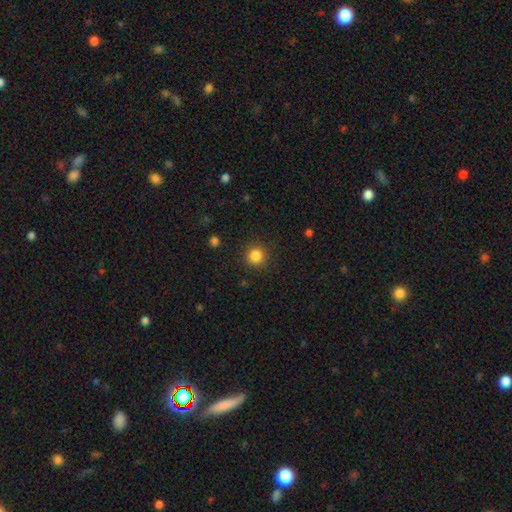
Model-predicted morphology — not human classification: Overall: smooth (84%). How rounded: round (93%). Merging: none (90%).